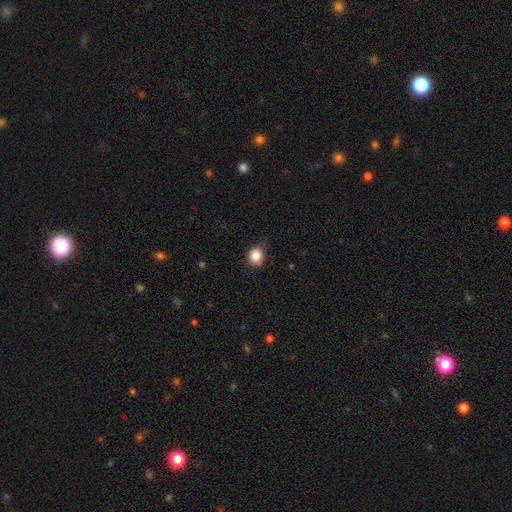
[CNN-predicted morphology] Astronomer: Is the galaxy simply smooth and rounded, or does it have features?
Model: smooth — 86%.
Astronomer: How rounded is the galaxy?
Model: round — 73%.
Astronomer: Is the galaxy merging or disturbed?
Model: none — 71%.